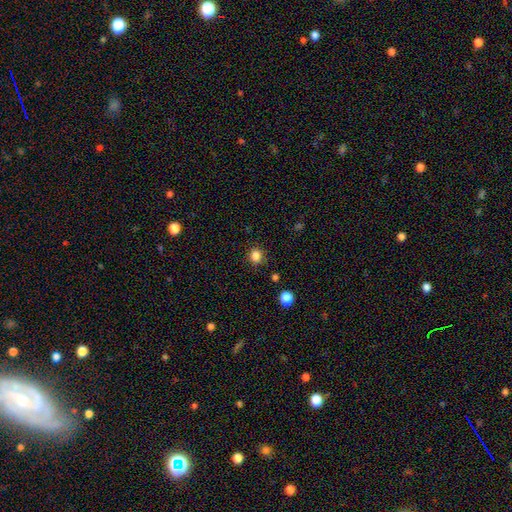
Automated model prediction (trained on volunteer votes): Morphology: type=smooth (84%); roundness=round (83%); merging=none (84%).